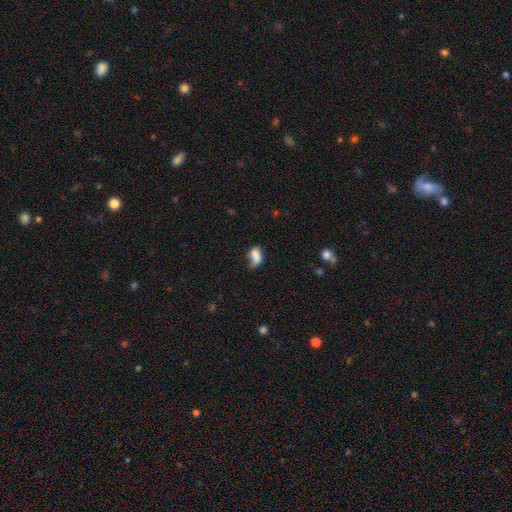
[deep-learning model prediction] smooth 76%, featured or disk 14%, star or artifact 10%. Down the decision tree: how rounded — in between (86%); merging — minor disturbance (31%).